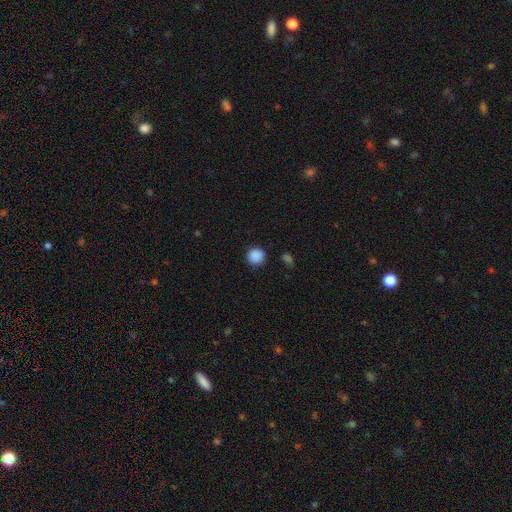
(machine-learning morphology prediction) Smooth or featured: smooth — 88% (star or artifact — 10%)
How rounded: round — 94% (in between — 5%)
Merging: none — 88% (minor disturbance — 7%)